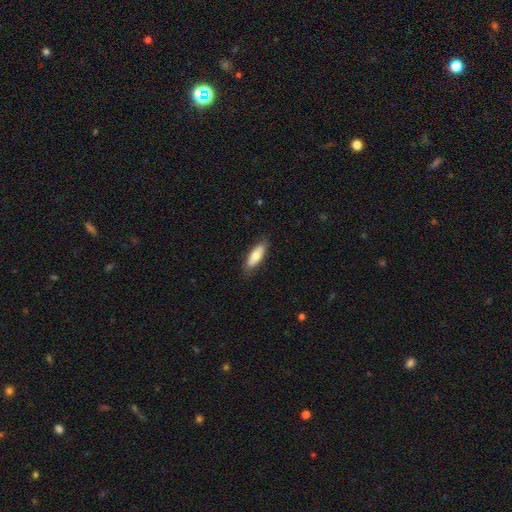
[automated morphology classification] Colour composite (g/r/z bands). It shows a smooth galaxy with no disk features (68%) that is in between round and cigar-shaped (66%). Merging: none (80%).